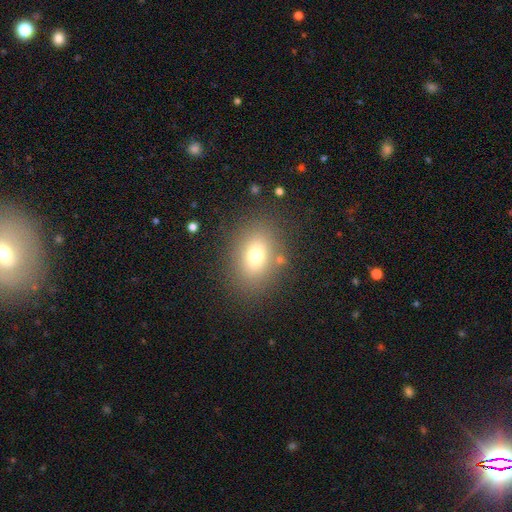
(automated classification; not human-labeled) smooth_or_featured: smooth (p=0.73) [alt: star or artifact p=0.14]
how_rounded: in between (p=0.63) [alt: round p=0.36]
merging: none (p=0.83) [alt: minor disturbance p=0.10]